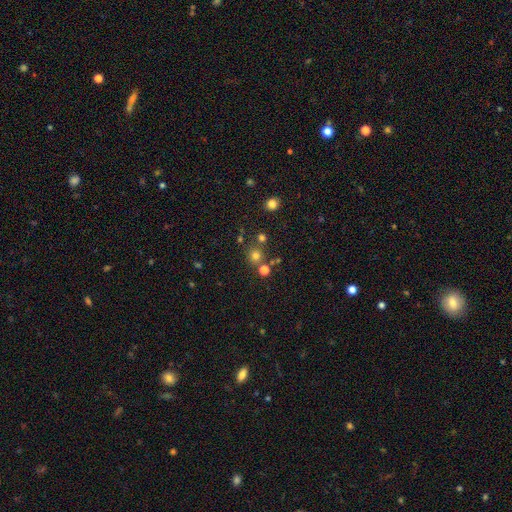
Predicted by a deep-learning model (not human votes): Smooth or featured: smooth — 71% (star or artifact — 22%)
How rounded: round — 91% (in between — 8%)
Merging: none — 74% (merger — 15%)